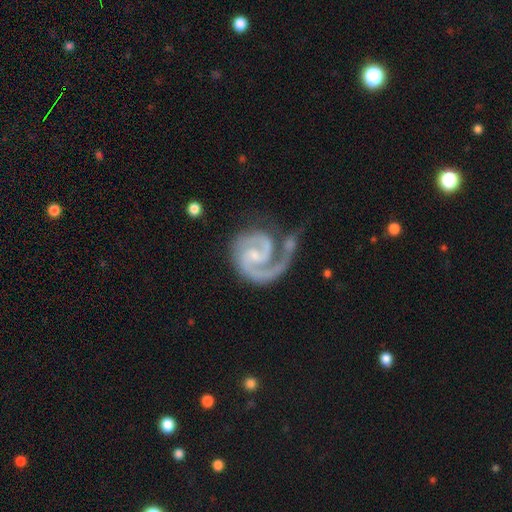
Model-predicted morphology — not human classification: This is clearly a featured or disk galaxy (93%). It is clearly not viewed edge-on (98%). Bar: marginally no (44%). Spiral arm pattern: clearly yes (98%). Spiral arm count: likely 2 (77%). Spiral winding: possibly tight (50%). Central bulge: likely small (62%). Merging: possibly none (50%).